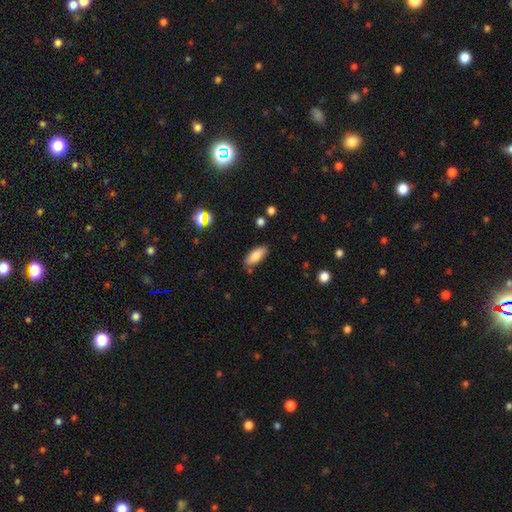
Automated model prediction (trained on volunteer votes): Smooth or featured? smooth (83%)
How rounded? in between (79%)
Merging? none (82%)